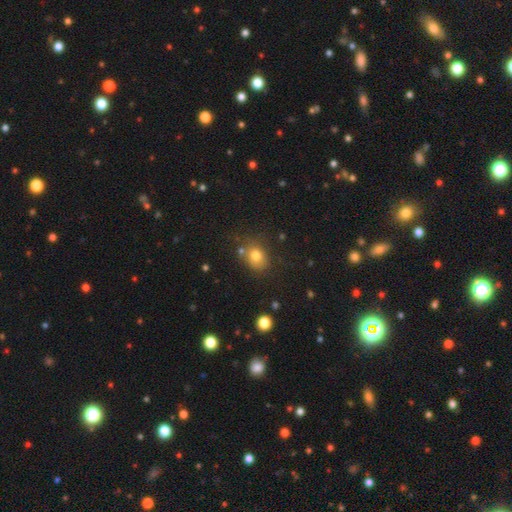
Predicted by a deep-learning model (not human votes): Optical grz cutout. It shows a smooth galaxy with no disk features (78%) that is round (56%). Merging: none (71%).